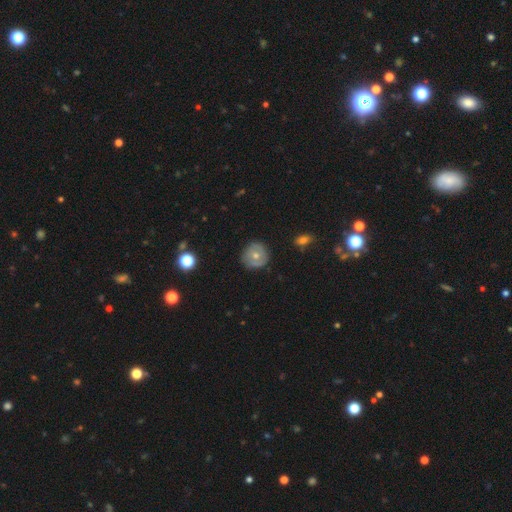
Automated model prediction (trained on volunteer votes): Smooth or featured: smooth — 54% (featured or disk — 37%)
How rounded: round — 92% (in between — 7%)
Merging: none — 83% (minor disturbance — 13%)